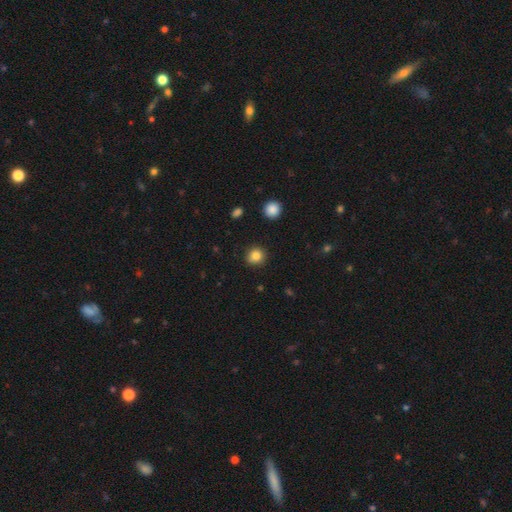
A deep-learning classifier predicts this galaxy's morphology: A smooth galaxy with no disk features (84%) that is round (90%). Merging: none (90%).